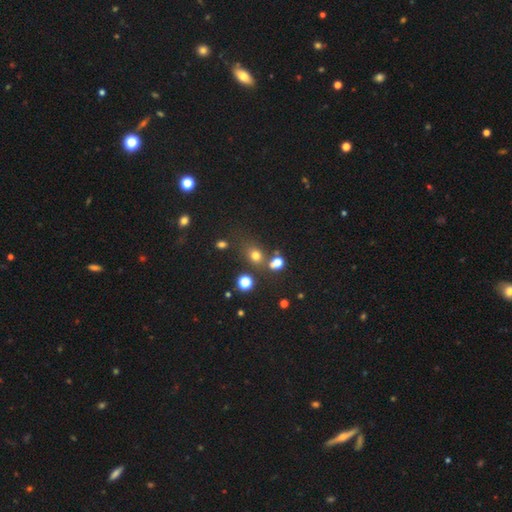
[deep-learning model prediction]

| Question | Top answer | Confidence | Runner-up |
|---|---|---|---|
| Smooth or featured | smooth | 69% | star or artifact (22%) |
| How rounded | round | 62% | in between (37%) |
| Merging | none | 62% | merger (17%) |